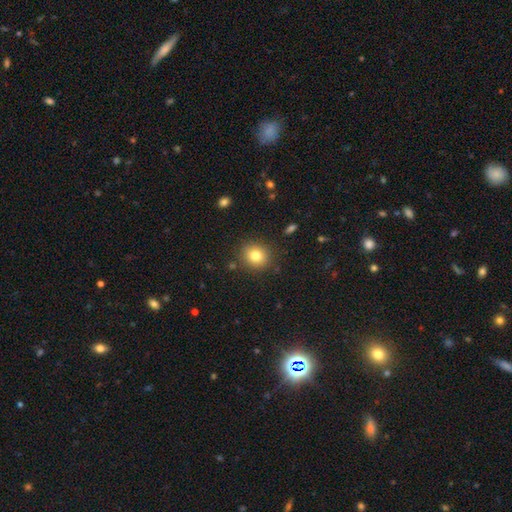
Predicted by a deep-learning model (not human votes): A smooth galaxy with no disk features (81%) that is round (78%). Merging: none (88%).